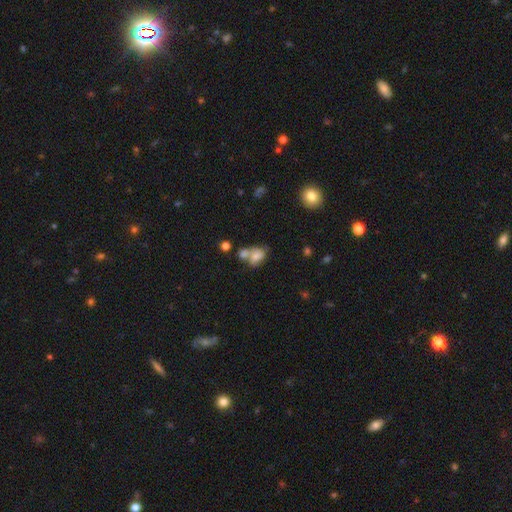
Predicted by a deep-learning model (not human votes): Smooth or featured? smooth (68%)
How rounded? in between (75%)
Merging? merger (50%)